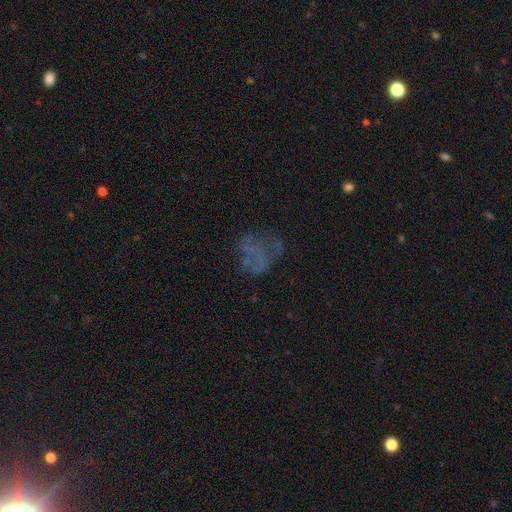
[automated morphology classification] type=featured or disk (42%); merging=none (49%).